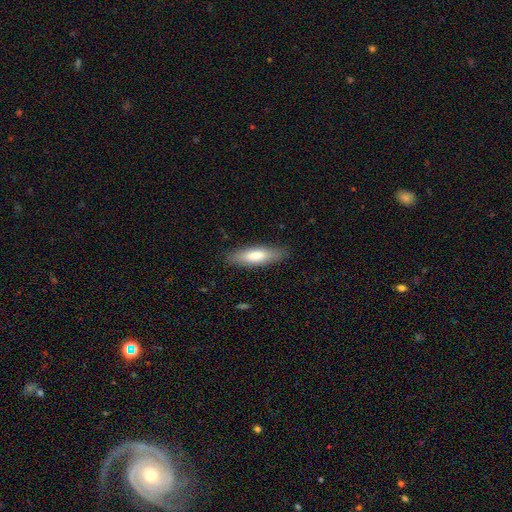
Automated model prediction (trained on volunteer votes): Smooth or featured?
  - smooth: 74% *
  - featured or disk: 20%
  - star or artifact: 6%
How rounded?
  - cigar-shaped: 58% *
  - in between: 41%
  - round: 1%
Merging?
  - none: 86% *
  - minor disturbance: 10%
  - major disturbance: 2%
  - merger: 1%